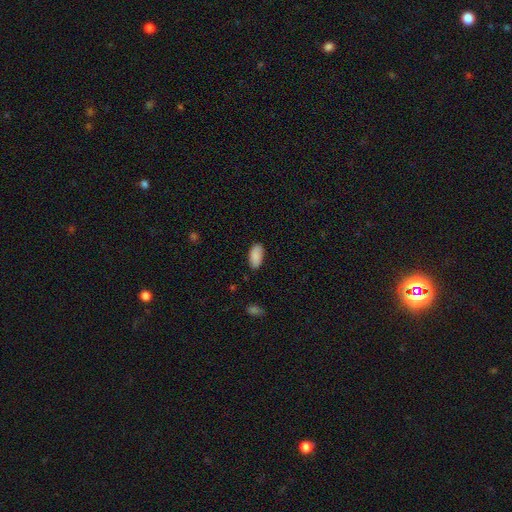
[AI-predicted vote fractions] smooth_or_featured: smooth (p=0.88) [alt: star or artifact p=0.07]
how_rounded: in between (p=0.94) [alt: cigar-shaped p=0.04]
merging: none (p=0.84) [alt: minor disturbance p=0.12]